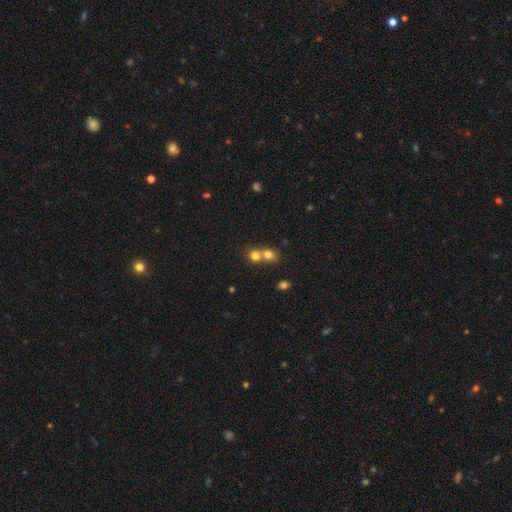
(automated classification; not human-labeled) Morphology: type=smooth (76%); roundness=round (78%); merging=merger (61%).